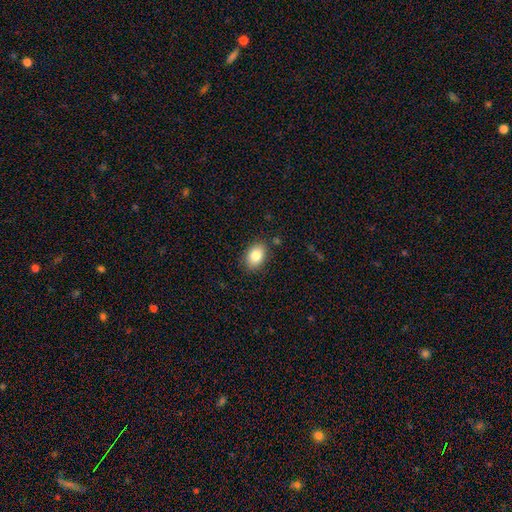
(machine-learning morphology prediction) smooth 84%, star or artifact 8%, featured or disk 8%. Down the decision tree: how rounded — in between (80%); merging — none (85%).